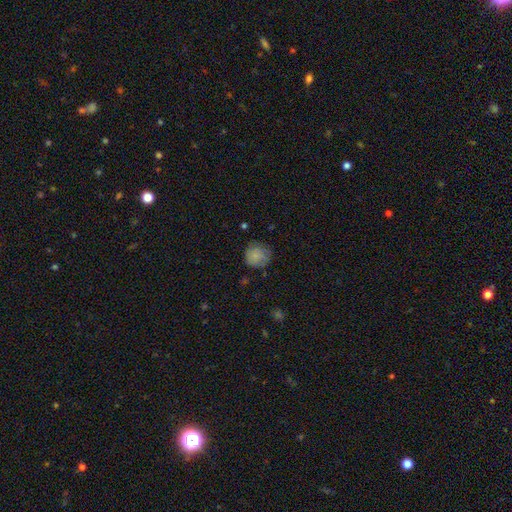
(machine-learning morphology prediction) Smooth or featured? Predicted: smooth (p=0.80). How rounded? Predicted: round (p=0.86). Merging? Predicted: none (p=0.72).